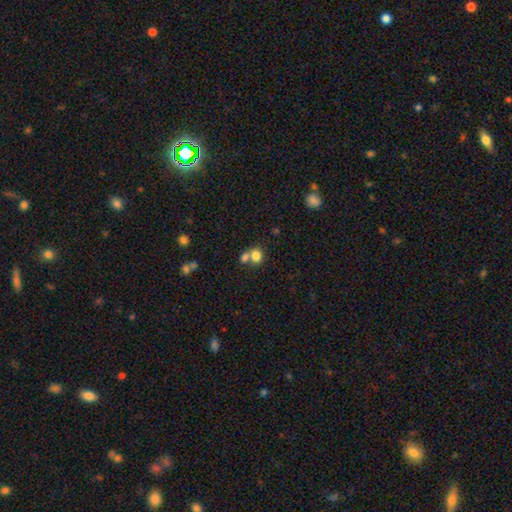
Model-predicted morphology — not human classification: Overall: smooth (80%). How rounded: round (63%; in between 36%). Merging: merger (50%; none 40%).